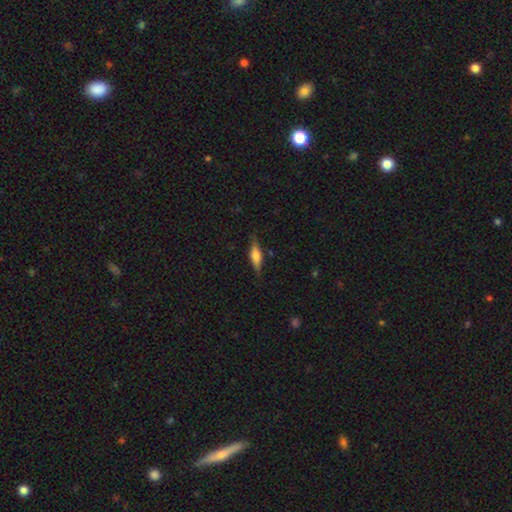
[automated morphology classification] This is possibly a smooth galaxy (50%). How rounded: possibly cigar-shaped (55%). Merging: likely none (79%).